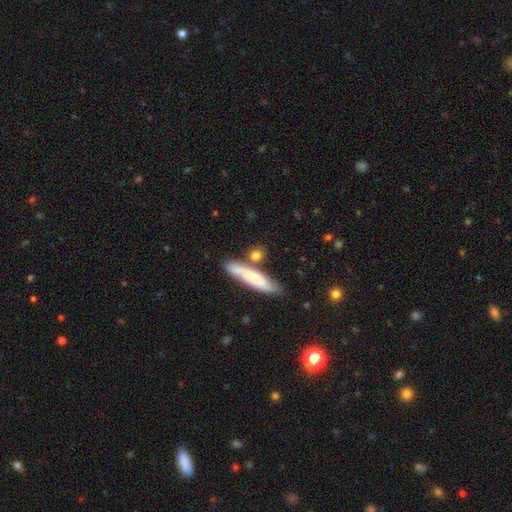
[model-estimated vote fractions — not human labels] This appears to be a smooth galaxy with no disk features (70%) that is cigar-shaped (44%). Merging: none (65%).